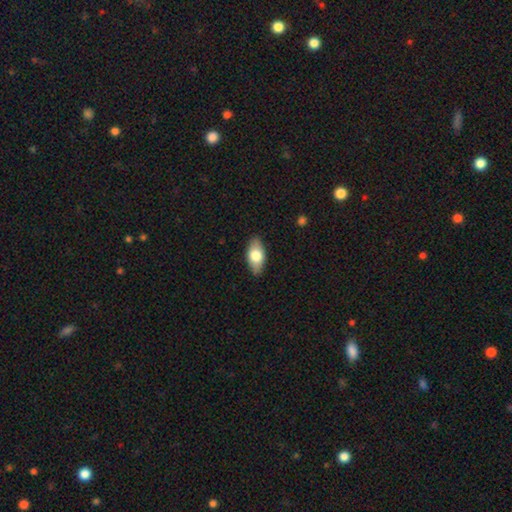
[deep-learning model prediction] smooth-or-featured: smooth: 74% | featured or disk: 20% | star or artifact: 6%
  how-rounded: in between: 91% | cigar-shaped: 5% | round: 4%
  merging: none: 87% | minor disturbance: 10% | major disturbance: 2% | merger: 1%